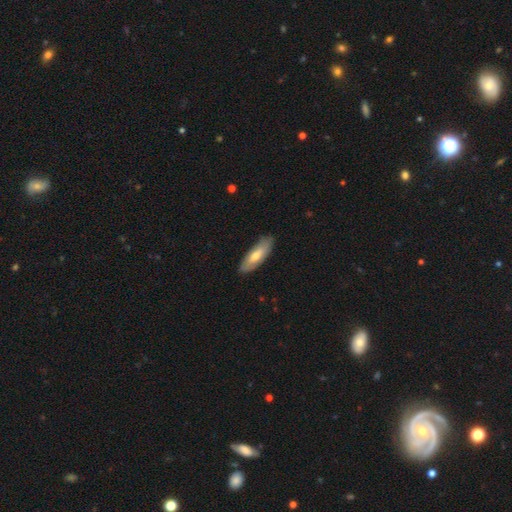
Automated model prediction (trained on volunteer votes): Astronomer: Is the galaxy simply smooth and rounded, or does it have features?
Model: smooth — 59% (runner-up: featured or disk, 35%).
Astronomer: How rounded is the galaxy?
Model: in between — 57% (runner-up: cigar-shaped, 41%).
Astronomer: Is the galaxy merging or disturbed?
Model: none — 87%.